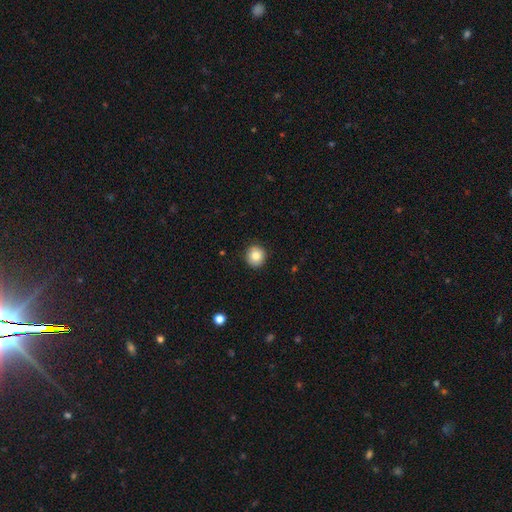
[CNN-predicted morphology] Q: Smooth or featured?
A: smooth (82%); runner-up: star or artifact (9%)
Q: How rounded?
A: round (93%); runner-up: in between (6%)
Q: Merging?
A: none (89%); runner-up: minor disturbance (8%)